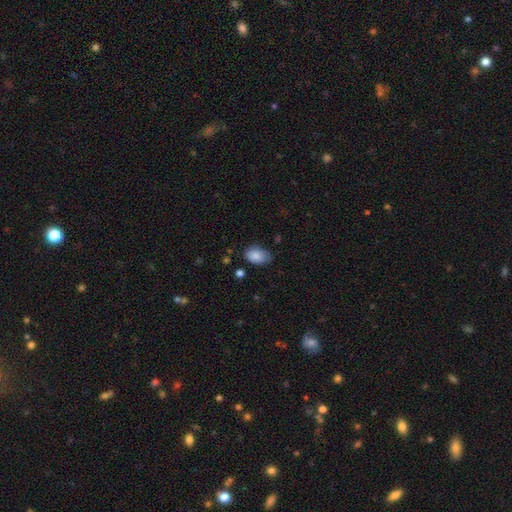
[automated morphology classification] type=smooth (86%); roundness=in between (87%); merging=none (63%).